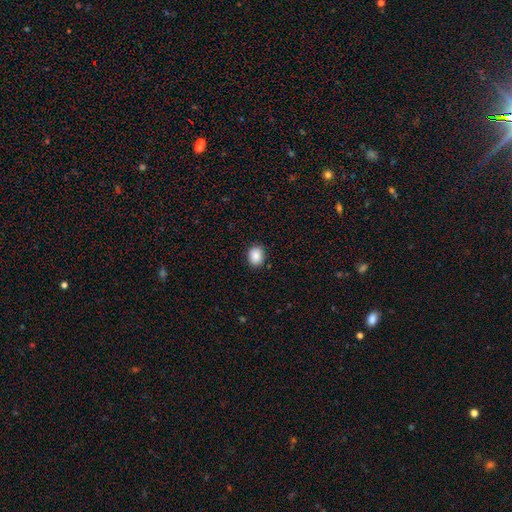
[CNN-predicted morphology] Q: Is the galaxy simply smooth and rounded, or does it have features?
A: smooth — 88%.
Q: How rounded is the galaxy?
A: round — 55%.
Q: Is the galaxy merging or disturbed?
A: none — 88%.